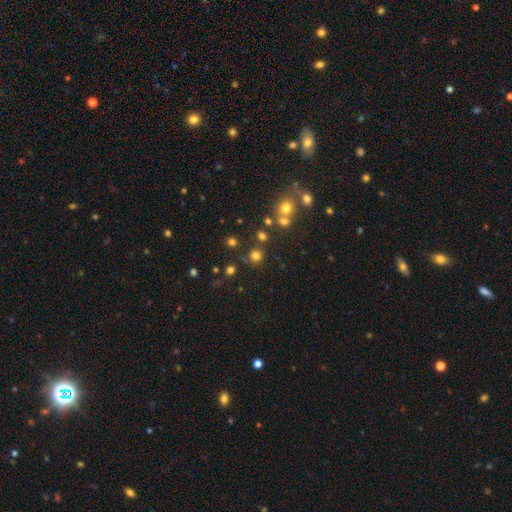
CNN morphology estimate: smooth-or-featured: smooth: 72% | star or artifact: 22% | featured or disk: 6%
  how-rounded: round: 91% | in between: 8% | cigar-shaped: 1%
  merging: none: 79% | merger: 9% | minor disturbance: 8% | major disturbance: 4%